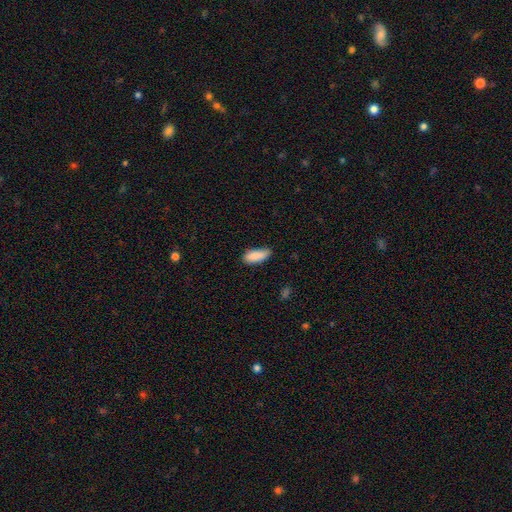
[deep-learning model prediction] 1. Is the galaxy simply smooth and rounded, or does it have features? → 88% smooth, 7% star or artifact, 5% featured or disk.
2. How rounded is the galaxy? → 80% in between, 18% cigar-shaped, 2% round.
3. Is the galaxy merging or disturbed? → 68% none, 26% minor disturbance, 4% major disturbance, 2% merger.